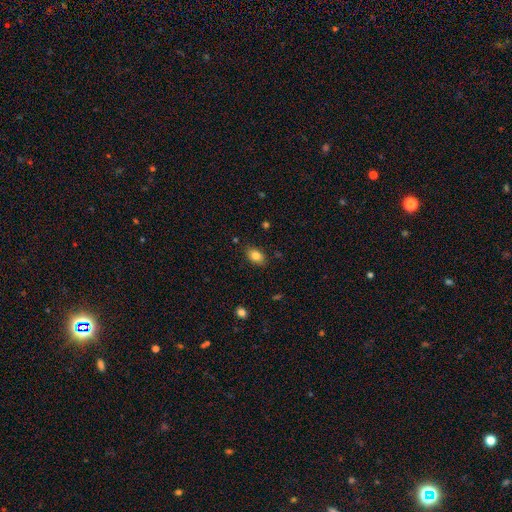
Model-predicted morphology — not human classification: The model was most divided on "how rounded": in between: 82%, round: 16%, cigar-shaped: 1%. More confident: smooth or featured — smooth (83%); merging — none (82%).